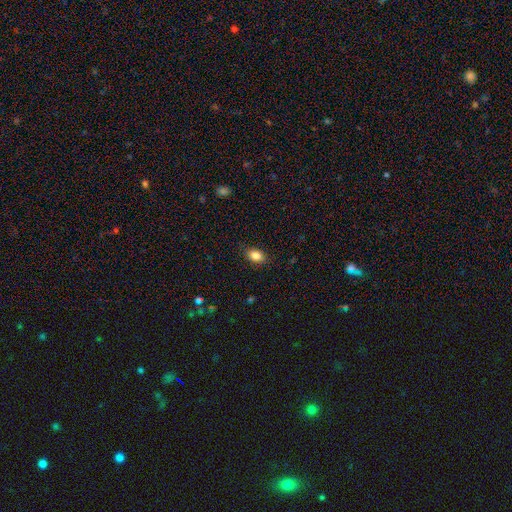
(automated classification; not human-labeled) smooth 85%, star or artifact 9%, featured or disk 6%. Down the decision tree: how rounded — in between (79%); merging — none (86%).